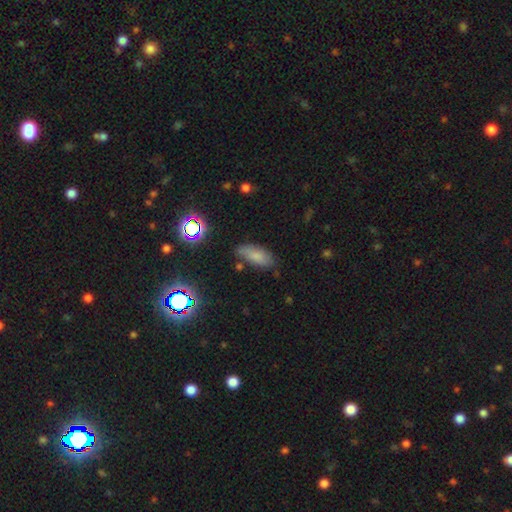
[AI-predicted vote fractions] This appears to be a smooth galaxy with no disk features (75%) that is in between round and cigar-shaped (83%). Merging: none (70%).